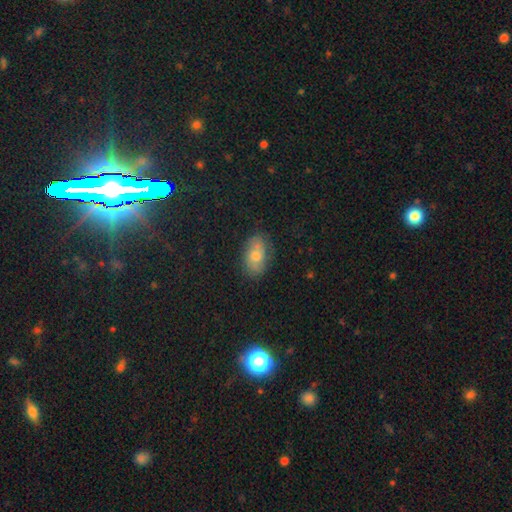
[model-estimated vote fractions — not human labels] smooth 61%, featured or disk 27%, star or artifact 12%. Down the decision tree: how rounded — in between (88%); merging — none (78%).